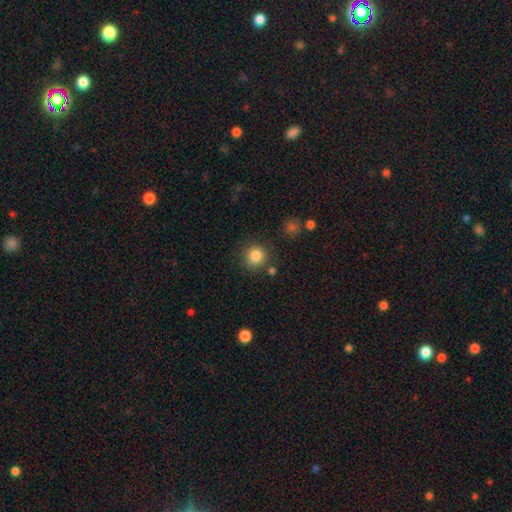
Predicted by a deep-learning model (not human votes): Q: Smooth or featured?
A: smooth (84%); runner-up: star or artifact (11%)
Q: How rounded?
A: round (91%); runner-up: in between (8%)
Q: Merging?
A: none (81%); runner-up: minor disturbance (10%)